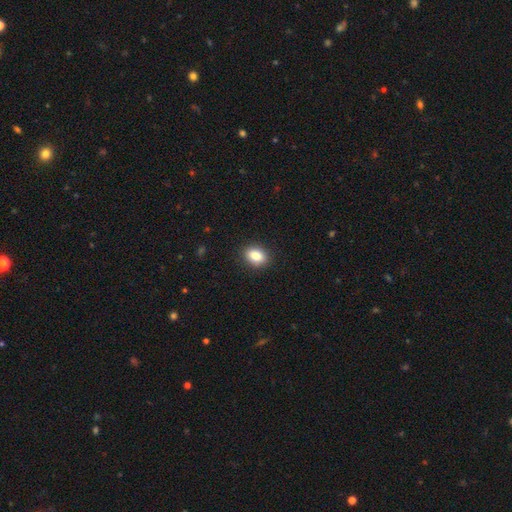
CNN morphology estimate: Smooth or featured? Predicted: smooth (p=0.87). How rounded? Predicted: in between (p=0.76). Merging? Predicted: none (p=0.89).